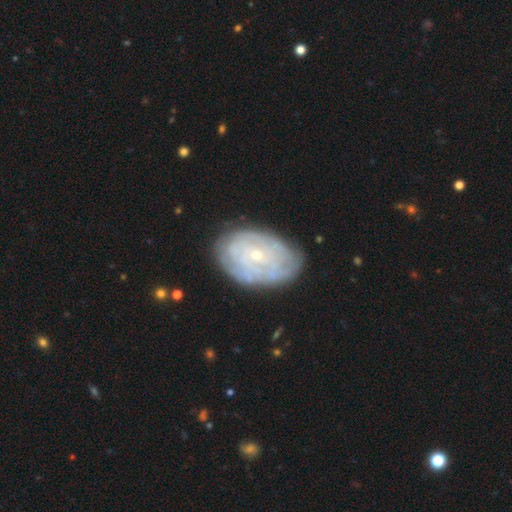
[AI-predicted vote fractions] smooth_or_featured: featured or disk (p=0.70) [alt: smooth p=0.24]
disk_edge_on: no (p=0.96) [alt: yes p=0.04]
bar: no (p=0.75) [alt: weak p=0.20]
has_spiral_arms: yes (p=0.73) [alt: no p=0.27]
bulge_size: small (p=0.75) [alt: moderate p=0.22]
merging: none (p=0.75) [alt: minor disturbance p=0.18]